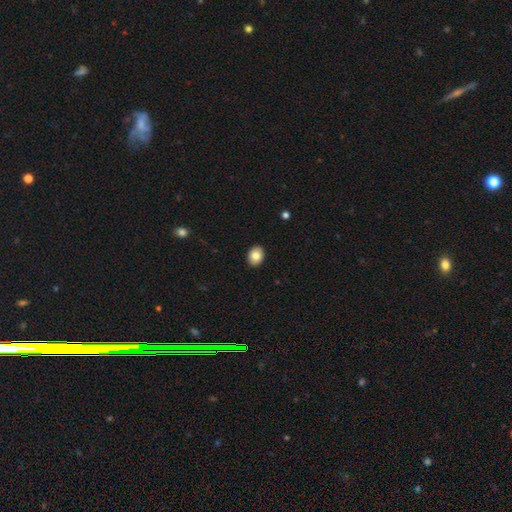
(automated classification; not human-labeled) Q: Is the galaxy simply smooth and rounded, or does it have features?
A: smooth — 83%.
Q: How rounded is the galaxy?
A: in between — 63%.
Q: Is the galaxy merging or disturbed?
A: none — 91%.